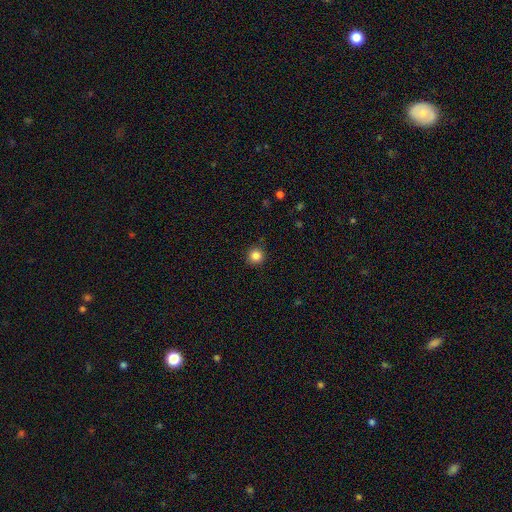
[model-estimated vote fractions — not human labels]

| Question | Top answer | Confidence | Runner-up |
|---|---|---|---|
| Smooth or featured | smooth | 85% | star or artifact (11%) |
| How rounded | round | 94% | in between (5%) |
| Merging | none | 91% | minor disturbance (6%) |